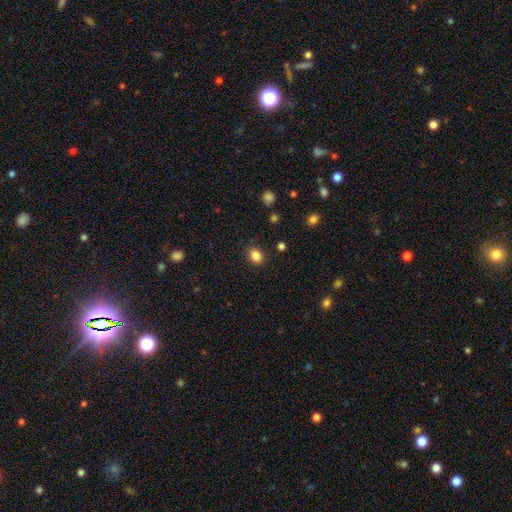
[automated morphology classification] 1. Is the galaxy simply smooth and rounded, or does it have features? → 85% smooth, 11% star or artifact, 5% featured or disk.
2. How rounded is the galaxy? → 54% in between, 45% round, 1% cigar-shaped.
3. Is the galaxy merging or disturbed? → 86% none, 10% minor disturbance, 3% major disturbance, 2% merger.